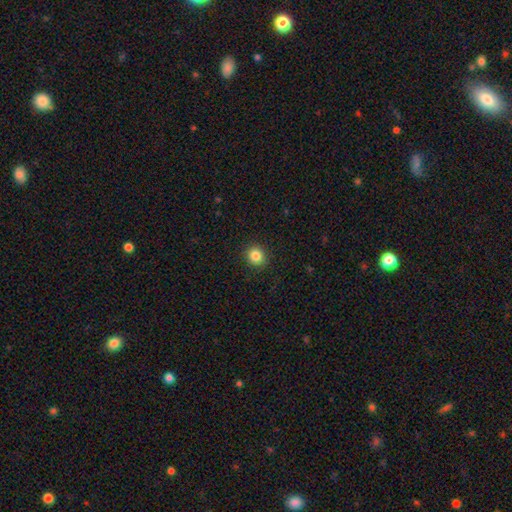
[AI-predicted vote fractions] Smooth or featured: smooth — 84% (star or artifact — 10%)
How rounded: round — 86% (in between — 13%)
Merging: none — 91% (minor disturbance — 6%)